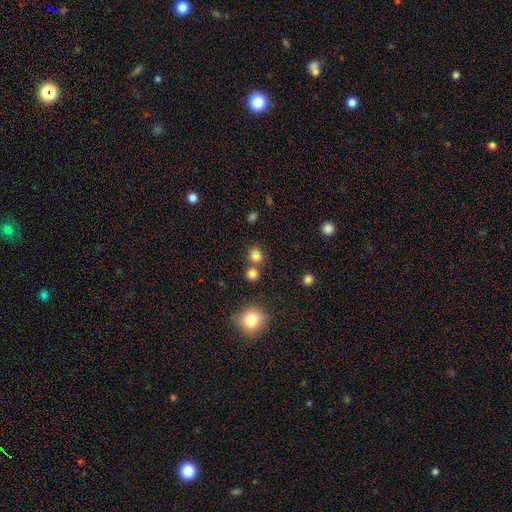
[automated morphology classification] Smooth or featured: smooth — 77% (star or artifact — 16%)
How rounded: round — 78% (in between — 21%)
Merging: none — 60% (merger — 28%)